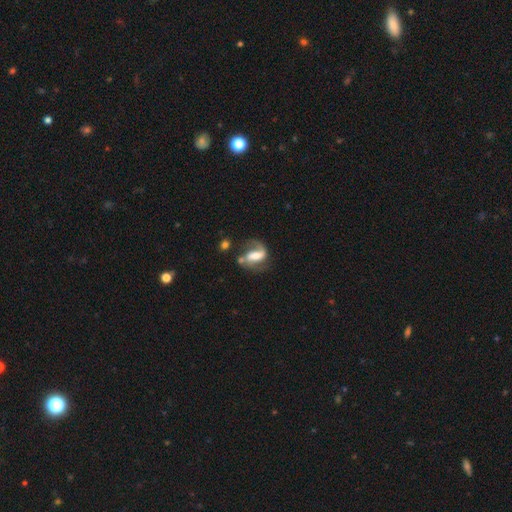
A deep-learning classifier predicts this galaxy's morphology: This is likely a featured or disk galaxy (71%). It is clearly not viewed edge-on (95%). Bar: possibly strong (45%). Spiral arm pattern: clearly yes (87%). Spiral arm count: likely 2 (69%). Spiral winding: marginally medium (43%). Central bulge: marginally moderate (43%). Merging: possibly none (48%).